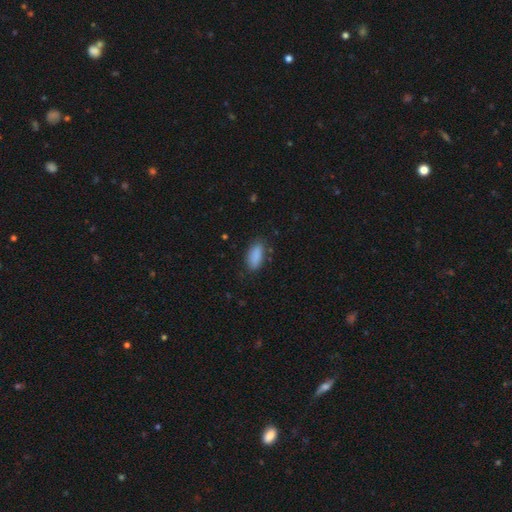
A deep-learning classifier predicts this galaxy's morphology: Smooth or featured?
  - smooth: 89% *
  - star or artifact: 7%
  - featured or disk: 4%
How rounded?
  - in between: 88% *
  - cigar-shaped: 9%
  - round: 2%
Merging?
  - none: 80% *
  - minor disturbance: 15%
  - major disturbance: 4%
  - merger: 2%